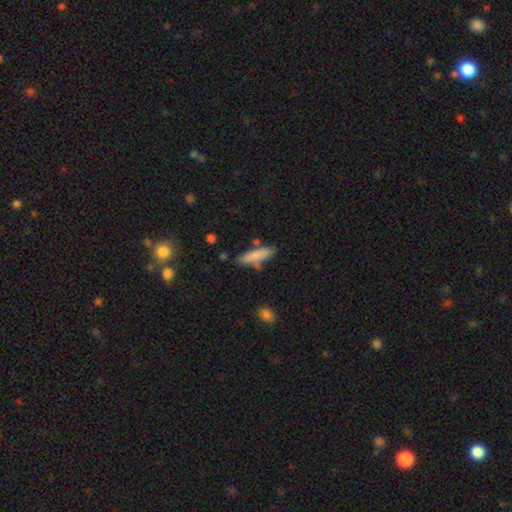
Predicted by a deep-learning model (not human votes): A smooth galaxy with no disk features (80%) that is cigar-shaped (71%). Merging: none (73%).